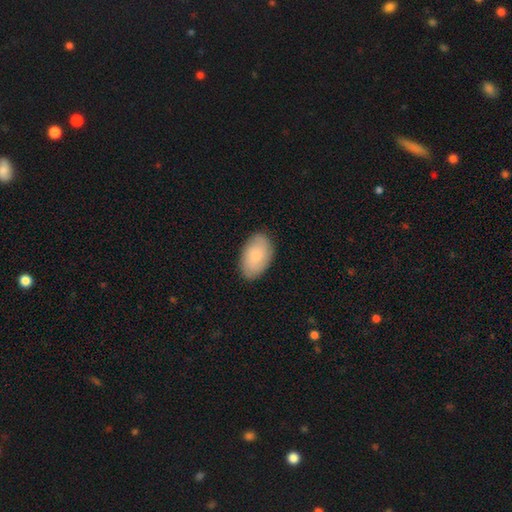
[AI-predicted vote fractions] Q: Smooth or featured?
A: smooth (71%); runner-up: featured or disk (23%)
Q: How rounded?
A: in between (93%); runner-up: round (6%)
Q: Merging?
A: none (85%); runner-up: minor disturbance (12%)